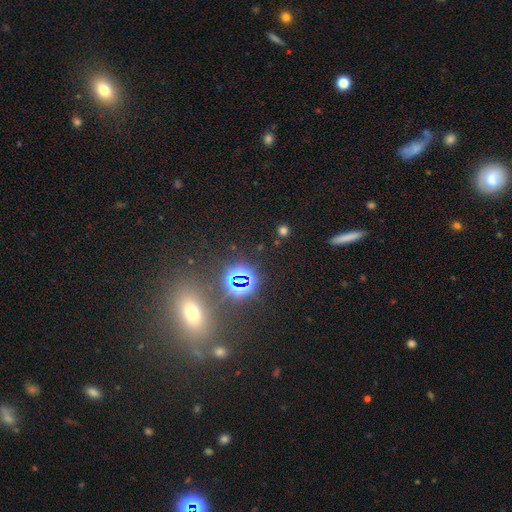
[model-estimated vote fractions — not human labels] Smooth or featured? star or artifact (55%)